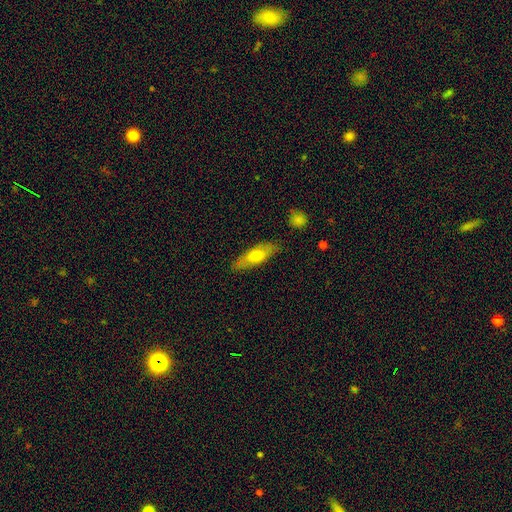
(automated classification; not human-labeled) Overall: smooth (64%; featured or disk 29%). How rounded: in between (56%; cigar-shaped 41%). Merging: none (80%).